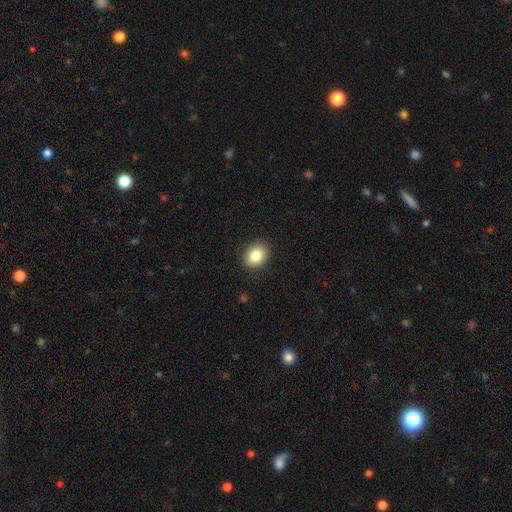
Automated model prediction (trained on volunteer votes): The model was most divided on "how rounded": round: 50%, in between: 49%, cigar-shaped: 1%. More confident: merging — none (88%); smooth or featured — smooth (83%).